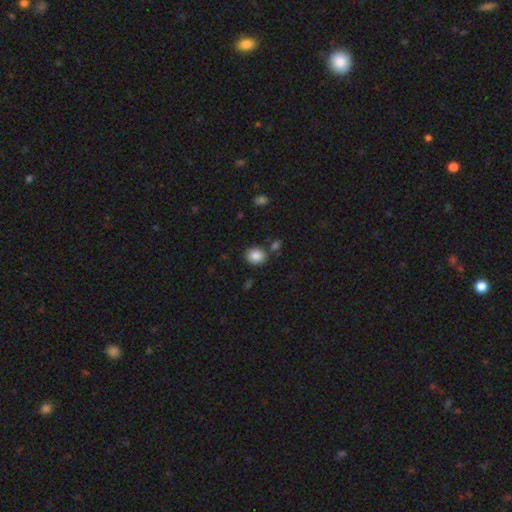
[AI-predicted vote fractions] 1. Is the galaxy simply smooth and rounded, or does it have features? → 85% smooth, 9% star or artifact, 6% featured or disk.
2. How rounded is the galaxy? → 61% round, 38% in between, 1% cigar-shaped.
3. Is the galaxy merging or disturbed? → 81% none, 9% minor disturbance, 7% merger, 3% major disturbance.